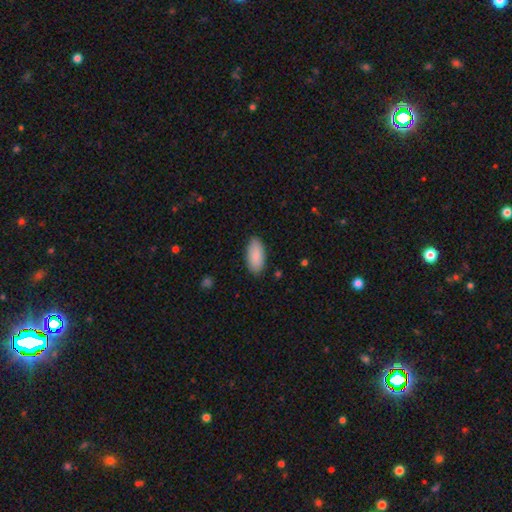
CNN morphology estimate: This is clearly a smooth galaxy (88%). How rounded: clearly in between (92%). Merging: clearly none (87%).